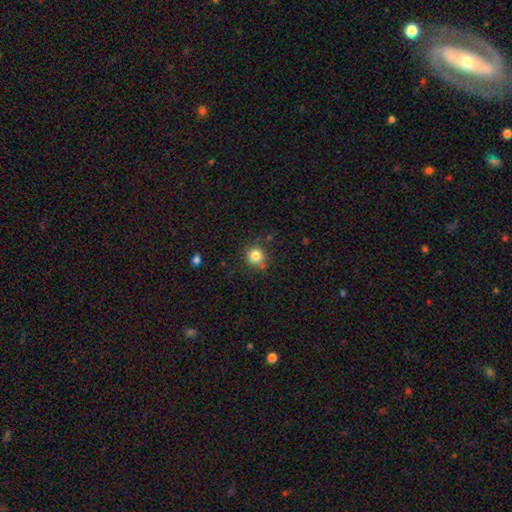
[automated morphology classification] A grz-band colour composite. It shows a smooth galaxy with no disk features (83%) that is round (92%). Merging: none (80%).